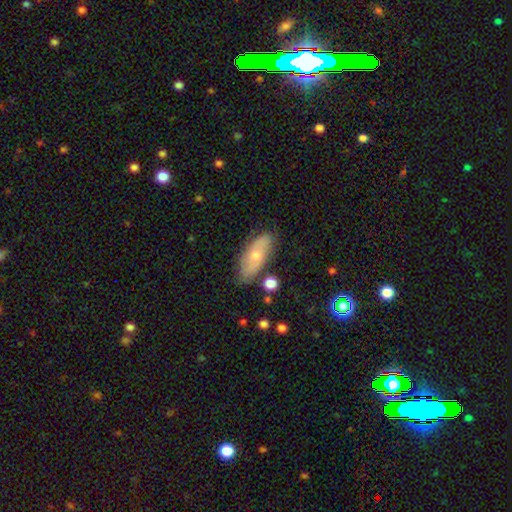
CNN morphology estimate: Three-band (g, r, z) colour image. It shows a smooth galaxy with no disk features (62%) that is in between round and cigar-shaped (77%). Merging: none (76%).